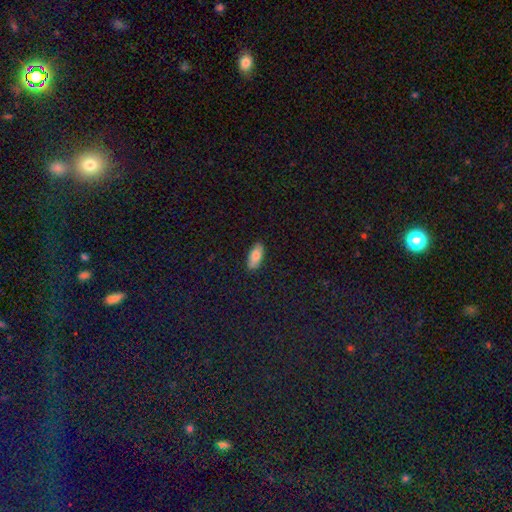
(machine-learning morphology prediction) Smooth or featured?
  - smooth: 84% *
  - featured or disk: 9%
  - star or artifact: 7%
How rounded?
  - in between: 88% *
  - cigar-shaped: 10%
  - round: 2%
Merging?
  - none: 87% *
  - minor disturbance: 10%
  - major disturbance: 2%
  - merger: 1%